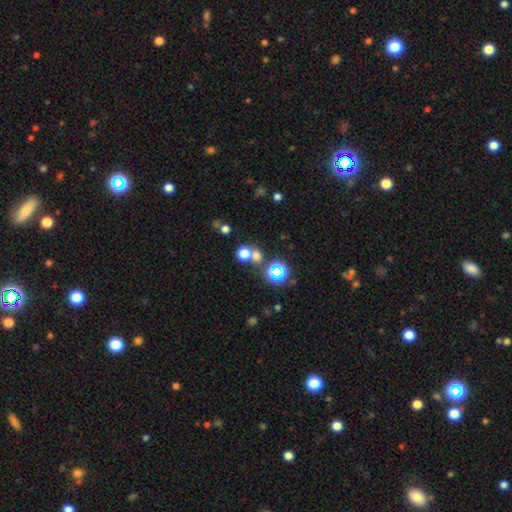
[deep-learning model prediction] Morphology: type=smooth (60%); roundness=round (85%); merging=none (61%).